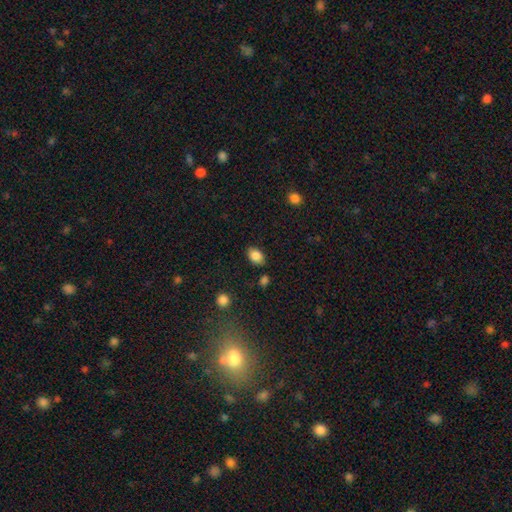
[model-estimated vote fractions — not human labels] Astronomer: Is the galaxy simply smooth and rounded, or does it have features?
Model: smooth — 86%.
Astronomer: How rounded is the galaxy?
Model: in between — 85%.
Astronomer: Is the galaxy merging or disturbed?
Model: none — 84%.